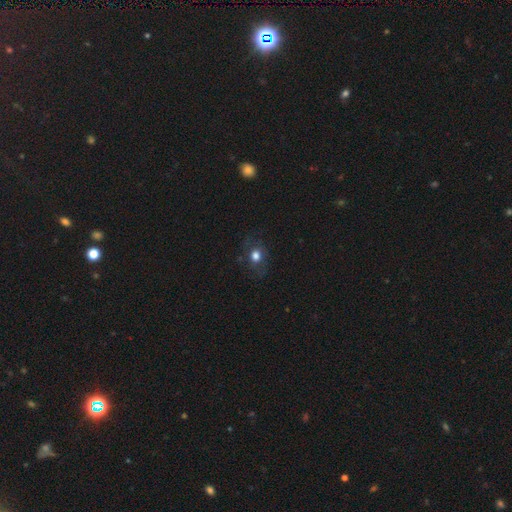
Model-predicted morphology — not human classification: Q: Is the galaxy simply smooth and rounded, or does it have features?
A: smooth — 66%.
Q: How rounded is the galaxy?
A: round — 56%.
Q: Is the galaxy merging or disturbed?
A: none — 76%.